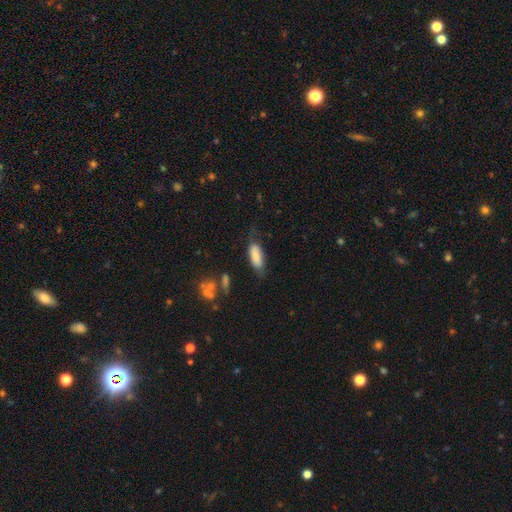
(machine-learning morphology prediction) smooth-or-featured: smooth: 82% | featured or disk: 11% | star or artifact: 7%
  how-rounded: in between: 76% | cigar-shaped: 22% | round: 2%
  merging: none: 59% | minor disturbance: 27% | major disturbance: 11% | merger: 3%